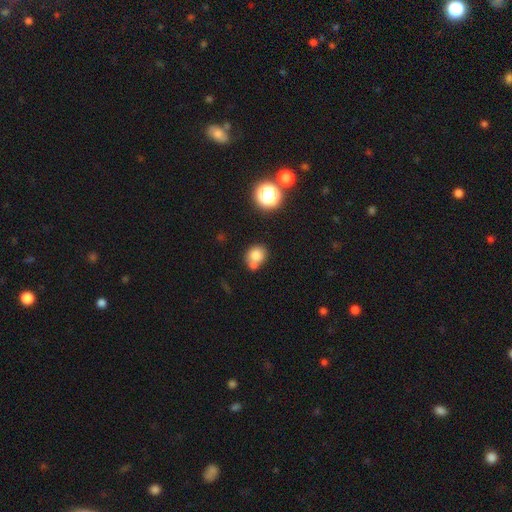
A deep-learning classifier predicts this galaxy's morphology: type=smooth (77%); roundness=round (75%); merging=none (50%).